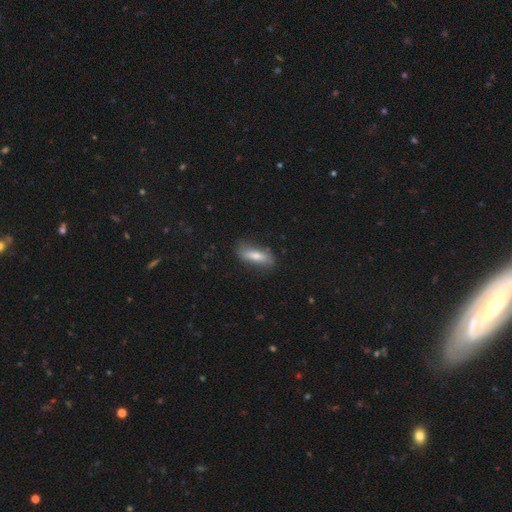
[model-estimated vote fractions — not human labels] Smooth or featured?
  - smooth: 62% *
  - featured or disk: 31%
  - star or artifact: 8%
How rounded?
  - in between: 53% *
  - cigar-shaped: 44%
  - round: 3%
Merging?
  - none: 76% *
  - minor disturbance: 18%
  - major disturbance: 5%
  - merger: 1%